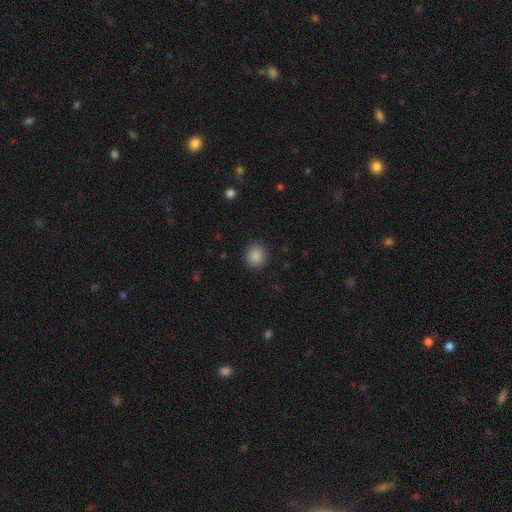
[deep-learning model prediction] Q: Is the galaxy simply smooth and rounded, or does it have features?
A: smooth — 87%.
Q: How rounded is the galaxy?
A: round — 80%.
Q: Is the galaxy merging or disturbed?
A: none — 89%.